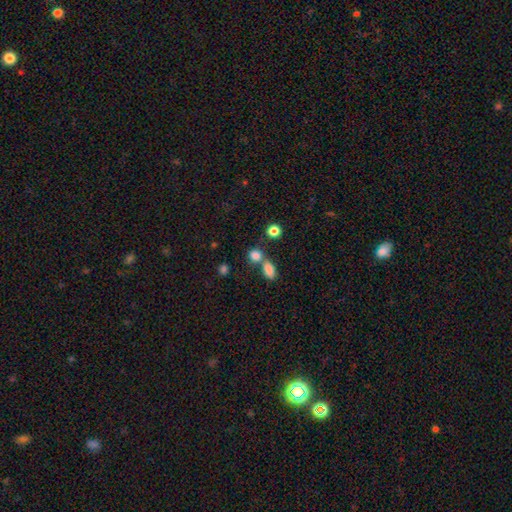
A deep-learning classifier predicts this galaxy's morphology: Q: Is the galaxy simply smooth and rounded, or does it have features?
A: smooth — 81%.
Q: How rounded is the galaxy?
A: round — 60%.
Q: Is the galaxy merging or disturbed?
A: none — 49%.